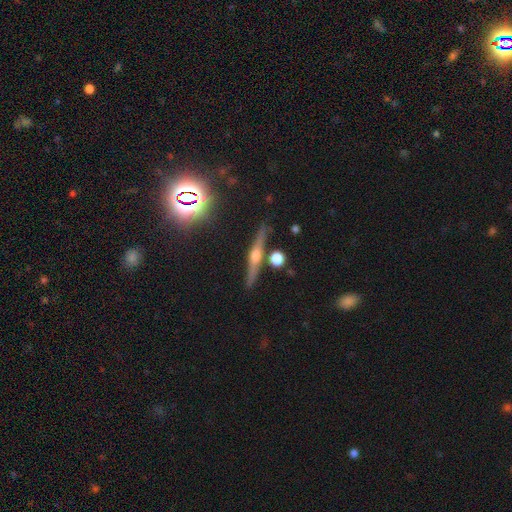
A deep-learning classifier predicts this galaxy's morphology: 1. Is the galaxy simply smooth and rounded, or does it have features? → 70% featured or disk, 20% smooth, 10% star or artifact.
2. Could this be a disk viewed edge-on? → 97% yes, 3% no.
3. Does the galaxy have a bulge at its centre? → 89% rounded, 6% boxy, 5% none.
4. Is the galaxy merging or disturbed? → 85% none, 8% minor disturbance, 5% merger, 2% major disturbance.